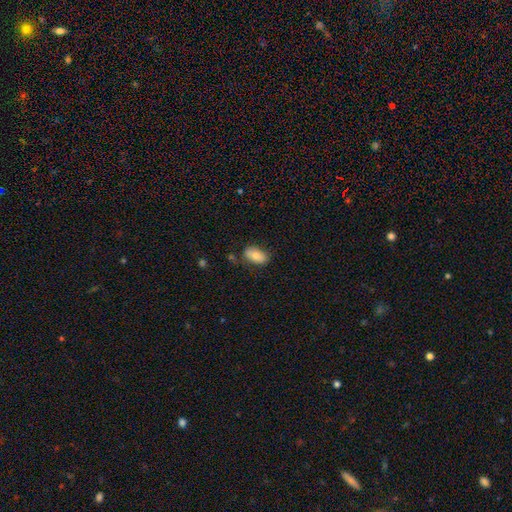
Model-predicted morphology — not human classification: smooth_or_featured: smooth (p=0.78) [alt: featured or disk p=0.15]
how_rounded: in between (p=0.92) [alt: round p=0.05]
merging: none (p=0.75) [alt: minor disturbance p=0.18]